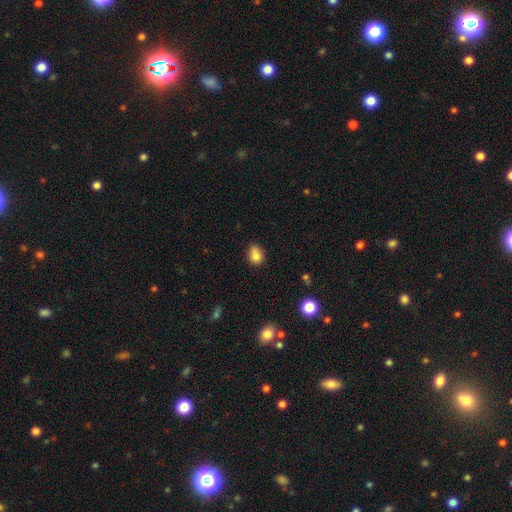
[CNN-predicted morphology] This appears to be a smooth galaxy with no disk features (82%) that is in between round and cigar-shaped (54%). Merging: none (60%).